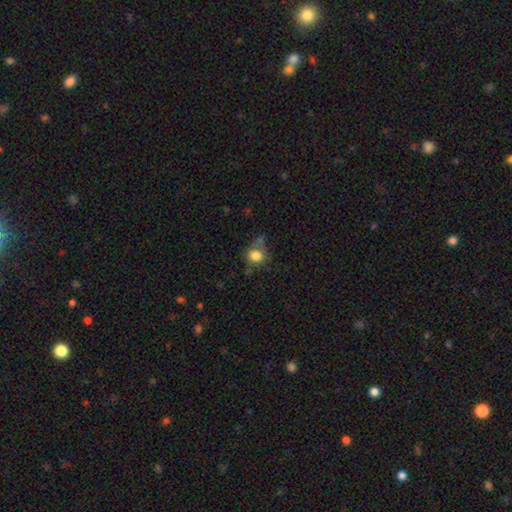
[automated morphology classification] Smooth or featured?
  - smooth: 82% *
  - star or artifact: 11%
  - featured or disk: 8%
How rounded?
  - round: 78% *
  - in between: 21%
  - cigar-shaped: 1%
Merging?
  - none: 55% *
  - minor disturbance: 22%
  - merger: 13%
  - major disturbance: 10%